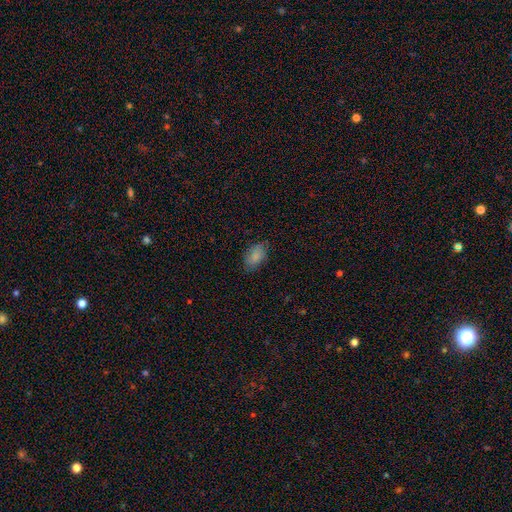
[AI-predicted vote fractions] A smooth galaxy with no disk features (83%) that is in between round and cigar-shaped (92%). Merging: none (77%).